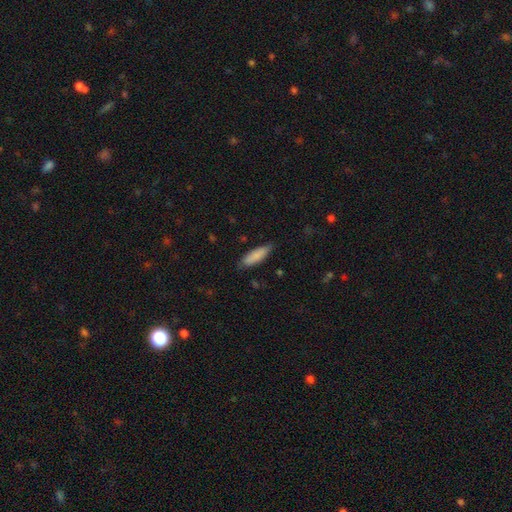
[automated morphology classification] A smooth galaxy with no disk features (85%) that is in between round and cigar-shaped (50%).

Vote fractions:
- Smooth or featured? smooth: 85% / featured or disk: 9% / star or artifact: 6%
- How rounded? in between: 50% / cigar-shaped: 49% / round: 1%
- Merging? none: 75% / minor disturbance: 20% / major disturbance: 3% / merger: 1%